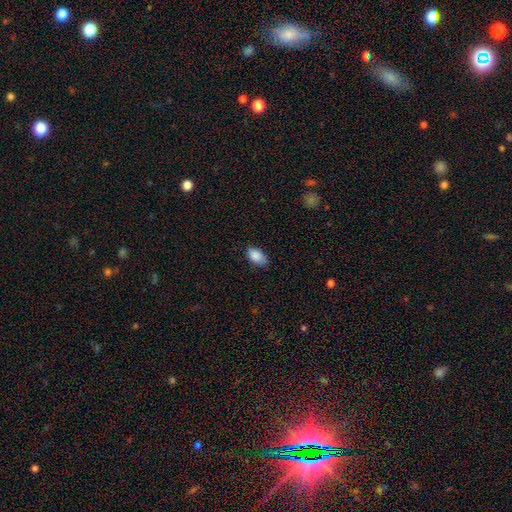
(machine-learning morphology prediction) Overall: smooth (88%). How rounded: in between (91%). Merging: none (71%).